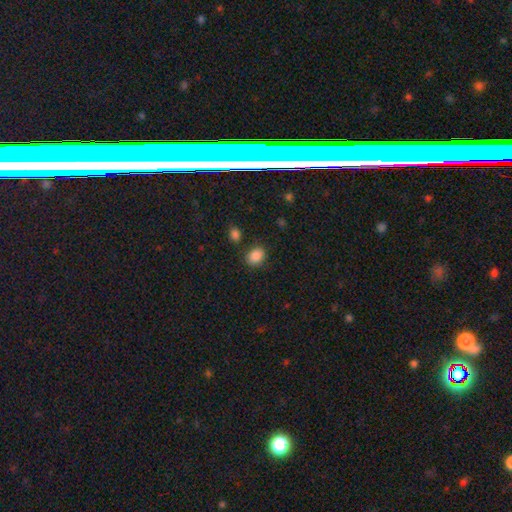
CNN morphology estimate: Smooth or featured?
  - smooth: 88% *
  - star or artifact: 9%
  - featured or disk: 3%
How rounded?
  - in between: 59% *
  - round: 40%
  - cigar-shaped: 1%
Merging?
  - none: 79% *
  - minor disturbance: 12%
  - merger: 5%
  - major disturbance: 4%